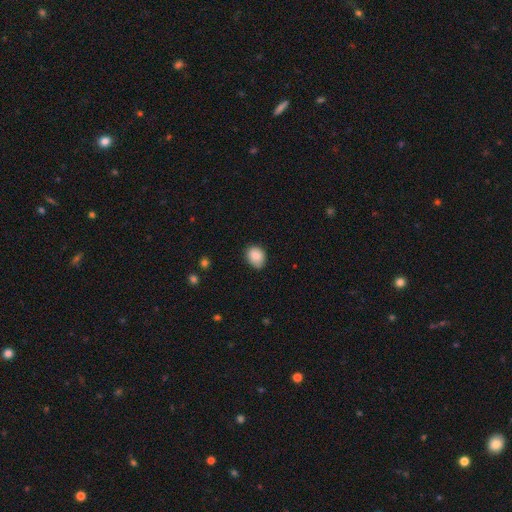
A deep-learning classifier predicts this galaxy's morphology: Smooth or featured? smooth (85%)
How rounded? in between (52%)
Merging? none (72%)